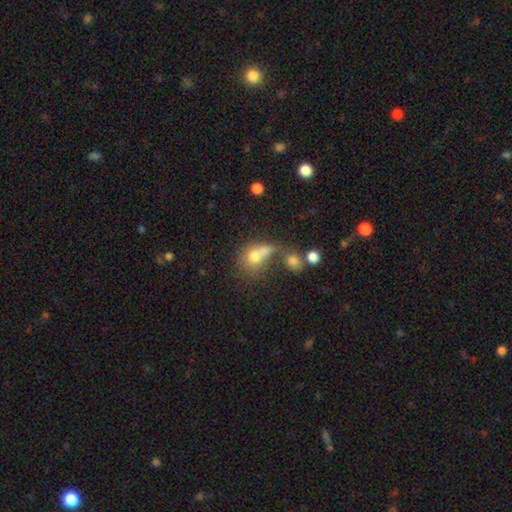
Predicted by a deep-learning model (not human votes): A smooth galaxy with no disk features (71%) that is round (51%).

Vote fractions:
- Smooth or featured? smooth: 71% / featured or disk: 17% / star or artifact: 12%
- How rounded? round: 51% / in between: 46% / cigar-shaped: 3%
- Merging? merger: 50% / none: 22% / major disturbance: 17% / minor disturbance: 11%